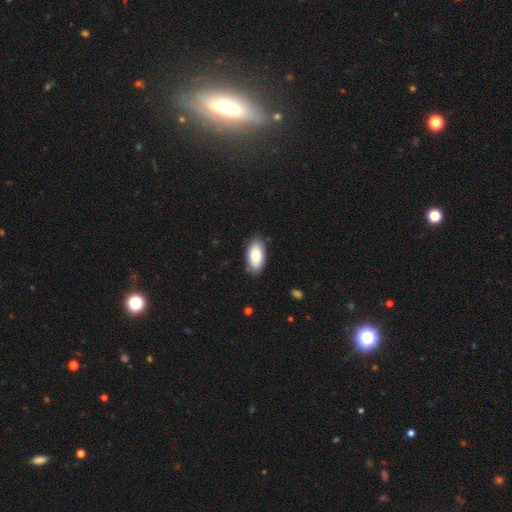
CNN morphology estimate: A smooth galaxy with no disk features (81%) that is in between round and cigar-shaped (92%). Merging: none (86%).